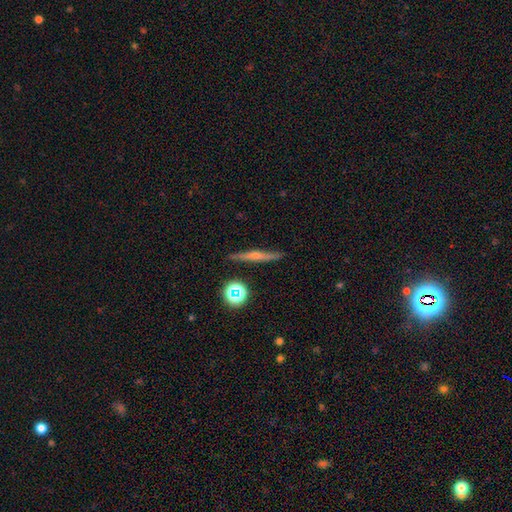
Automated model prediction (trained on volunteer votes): Overall: featured or disk (54%; smooth 35%). Edge-on disk: yes (94%). Edge-on bulge: rounded (60%; none 32%). Merging: none (86%).